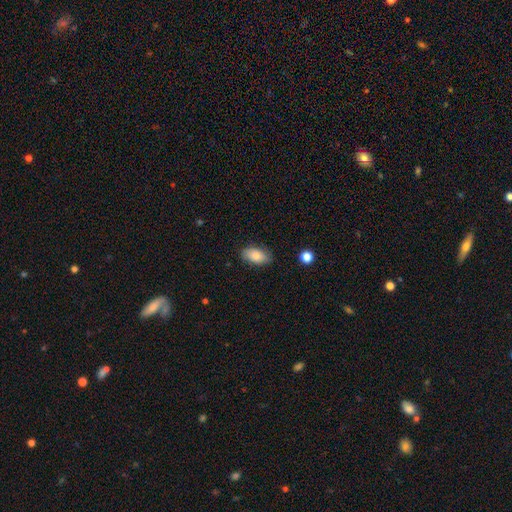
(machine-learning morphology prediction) Overall: smooth (84%). How rounded: in between (93%). Merging: none (82%).